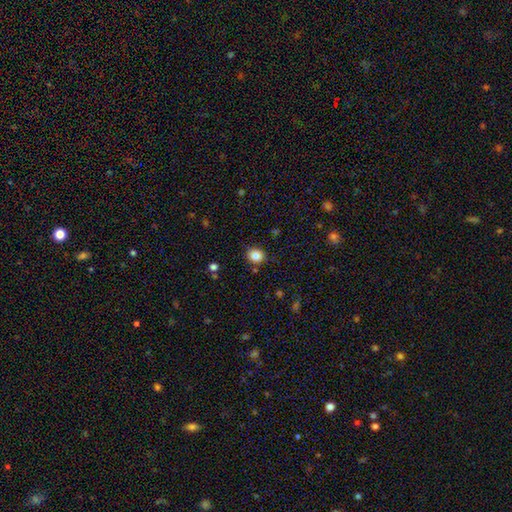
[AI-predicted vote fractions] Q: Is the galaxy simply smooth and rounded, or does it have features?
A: smooth — 83%.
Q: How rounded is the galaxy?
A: round — 72%.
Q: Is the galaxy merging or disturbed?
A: none — 86%.